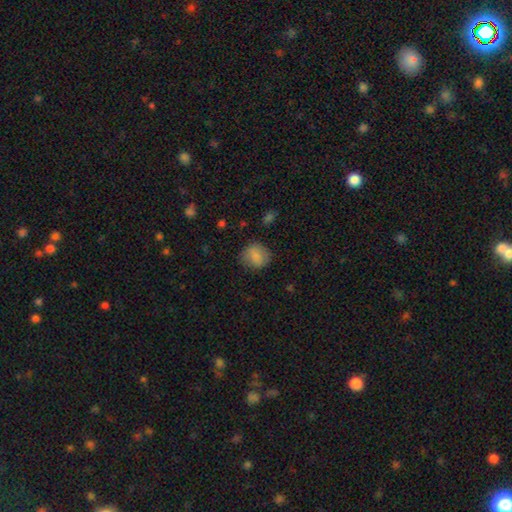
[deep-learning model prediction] Smooth or featured?
  - smooth: 80% *
  - featured or disk: 11%
  - star or artifact: 9%
How rounded?
  - round: 74% *
  - in between: 25%
  - cigar-shaped: 1%
Merging?
  - none: 78% *
  - minor disturbance: 16%
  - major disturbance: 5%
  - merger: 1%